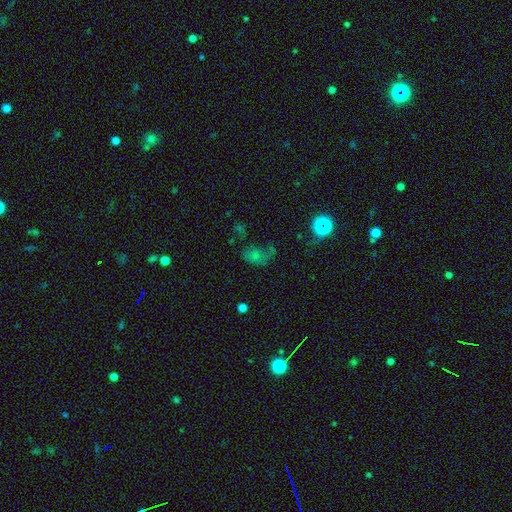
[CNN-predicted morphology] smooth_or_featured: smooth (p=0.51) [alt: star or artifact p=0.25]
how_rounded: in between (p=0.77) [alt: round p=0.21]
merging: major disturbance (p=0.41) [alt: none p=0.28]